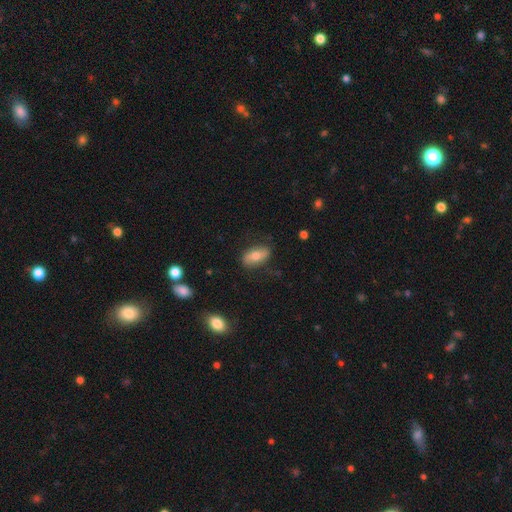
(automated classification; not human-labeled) Smooth or featured: smooth — 65% (featured or disk — 27%)
How rounded: in between — 87% (cigar-shaped — 8%)
Merging: none — 78% (minor disturbance — 16%)